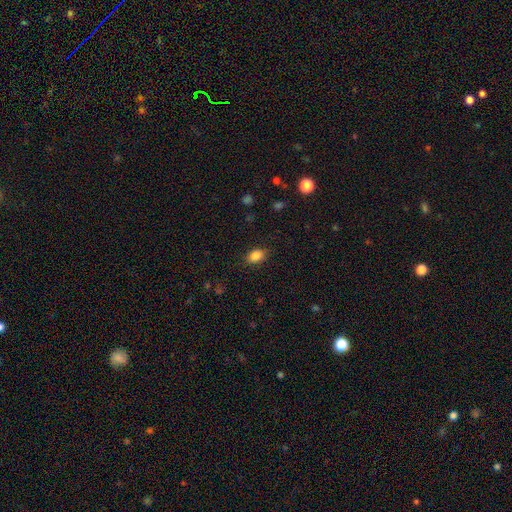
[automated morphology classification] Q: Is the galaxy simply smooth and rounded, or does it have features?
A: smooth — 86%.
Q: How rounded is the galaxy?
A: in between — 83%.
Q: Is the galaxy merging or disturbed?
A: none — 86%.